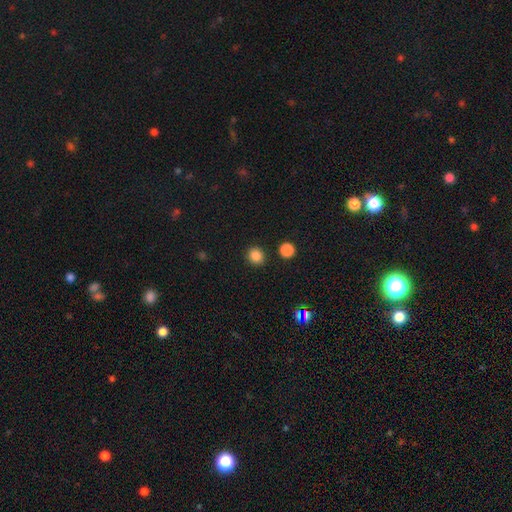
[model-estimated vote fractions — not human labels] Smooth or featured?
  - smooth: 85% *
  - star or artifact: 12%
  - featured or disk: 3%
How rounded?
  - round: 90% *
  - in between: 9%
  - cigar-shaped: 1%
Merging?
  - none: 90% *
  - minor disturbance: 5%
  - merger: 3%
  - major disturbance: 2%